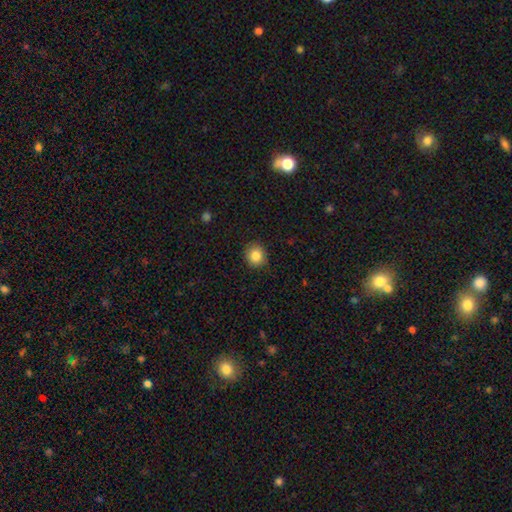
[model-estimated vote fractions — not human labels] smooth 85%, star or artifact 10%, featured or disk 5%. Down the decision tree: how rounded — round (85%); merging — none (88%).